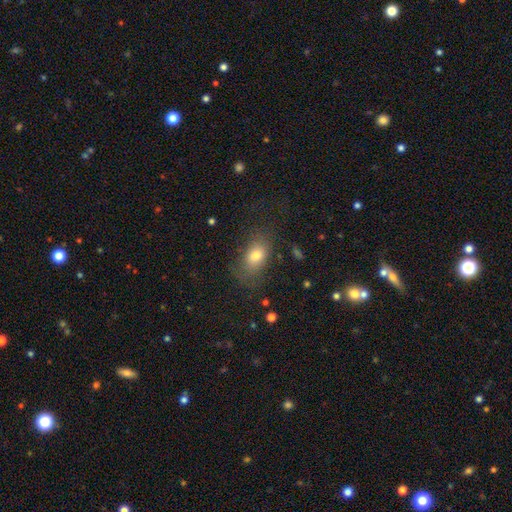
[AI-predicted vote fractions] Smooth or featured?
  - smooth: 75% *
  - featured or disk: 13%
  - star or artifact: 11%
How rounded?
  - in between: 82% *
  - round: 16%
  - cigar-shaped: 2%
Merging?
  - none: 64% *
  - minor disturbance: 20%
  - major disturbance: 14%
  - merger: 2%